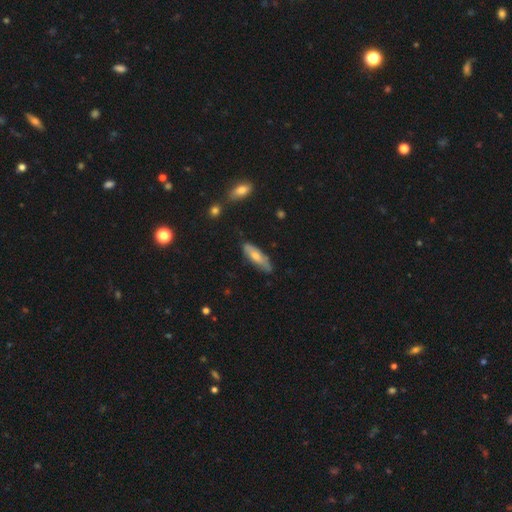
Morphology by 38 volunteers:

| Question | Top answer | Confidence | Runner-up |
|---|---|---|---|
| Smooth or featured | smooth | 50% | featured or disk (42%) |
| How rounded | in between | 74% | cigar-shaped (26%) |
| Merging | none | 71% | minor disturbance (23%) |